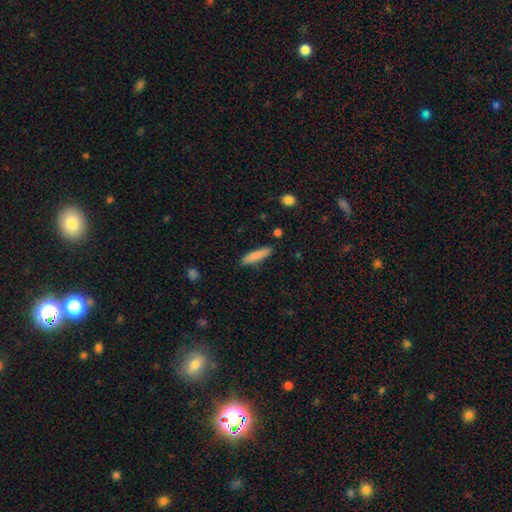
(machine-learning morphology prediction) Smooth or featured: smooth — 85% (featured or disk — 9%)
How rounded: cigar-shaped — 79% (in between — 19%)
Merging: none — 86% (minor disturbance — 10%)